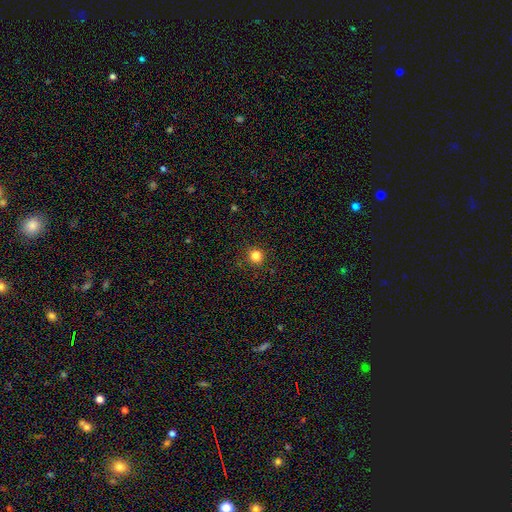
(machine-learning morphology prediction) smooth-or-featured: smooth: 83% | star or artifact: 13% | featured or disk: 4%
  how-rounded: round: 93% | in between: 6% | cigar-shaped: 1%
  merging: none: 90% | minor disturbance: 7% | major disturbance: 2% | merger: 1%